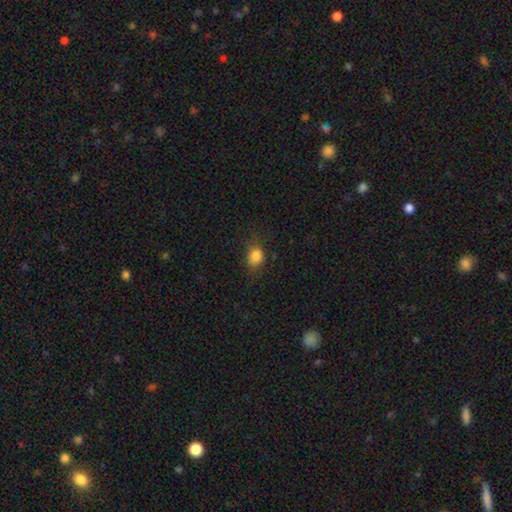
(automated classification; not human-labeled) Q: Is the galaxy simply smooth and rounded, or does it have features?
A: smooth — 84%.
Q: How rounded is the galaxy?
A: round — 51%.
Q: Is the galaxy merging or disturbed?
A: none — 73%.